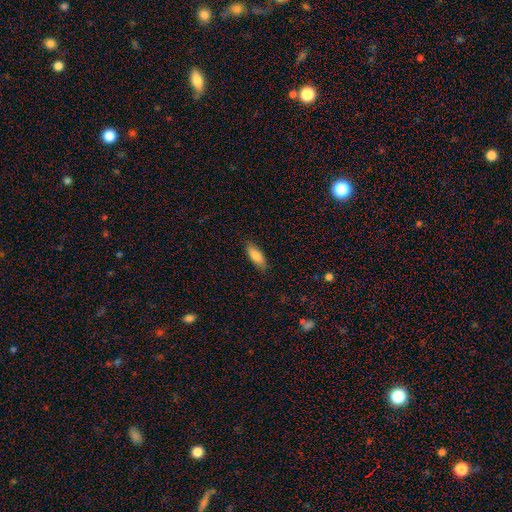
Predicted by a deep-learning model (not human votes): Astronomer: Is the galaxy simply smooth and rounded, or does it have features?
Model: smooth — 84%.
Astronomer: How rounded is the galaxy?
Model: in between — 71%.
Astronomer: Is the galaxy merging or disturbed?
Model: none — 85%.